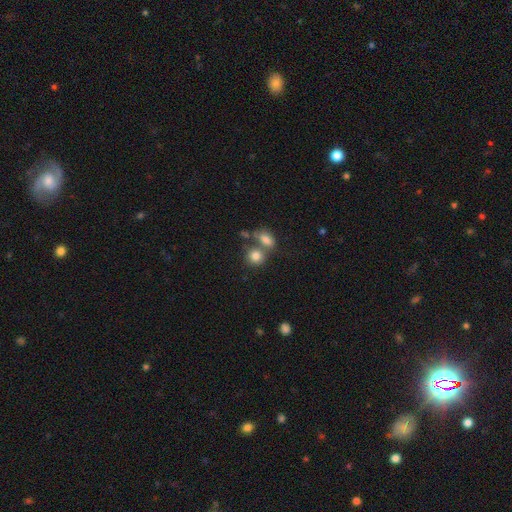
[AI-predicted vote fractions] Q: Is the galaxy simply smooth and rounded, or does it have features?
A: smooth — 80%.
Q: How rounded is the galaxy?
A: round — 72%.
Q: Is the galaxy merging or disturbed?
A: none — 47%.